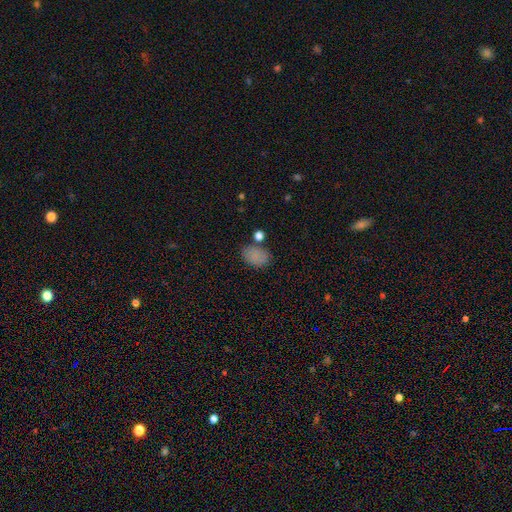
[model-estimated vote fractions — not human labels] Smooth or featured? Predicted: smooth (p=0.81). How rounded? Predicted: in between (p=0.78). Merging? Predicted: none (p=0.70).